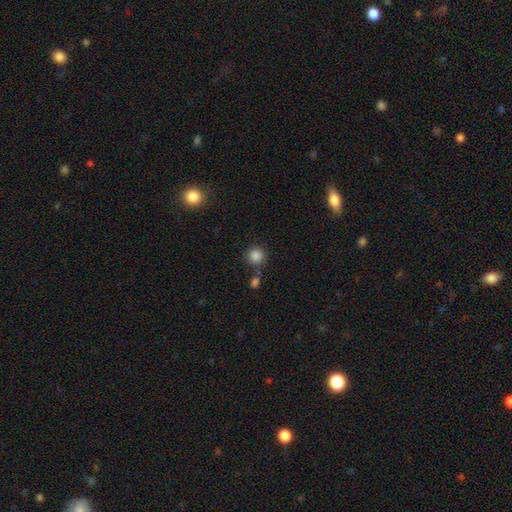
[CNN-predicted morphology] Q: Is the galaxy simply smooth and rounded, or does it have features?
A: smooth — 86%.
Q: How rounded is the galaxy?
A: round — 92%.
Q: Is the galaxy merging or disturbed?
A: none — 75%.